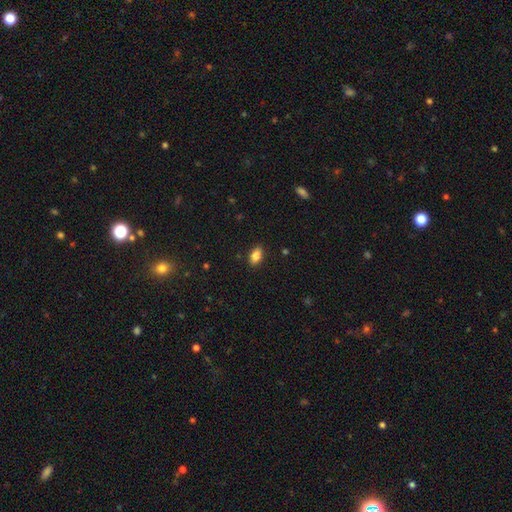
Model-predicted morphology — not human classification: The model was most divided on "smooth or featured": smooth: 86%, star or artifact: 9%, featured or disk: 5%. More confident: how rounded — in between (90%); merging — none (88%).